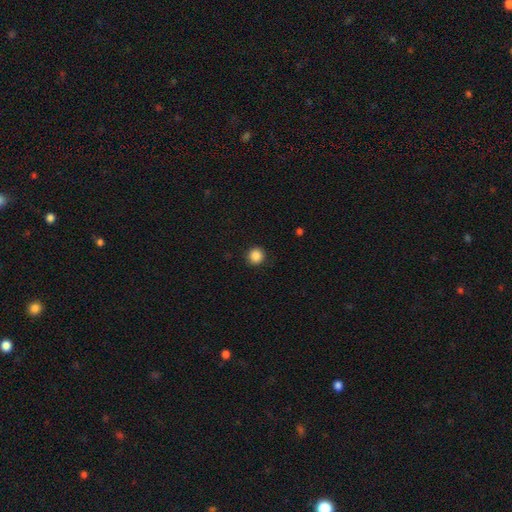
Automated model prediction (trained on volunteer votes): smooth 87%, star or artifact 10%, featured or disk 3%. Down the decision tree: how rounded — round (93%); merging — none (91%).